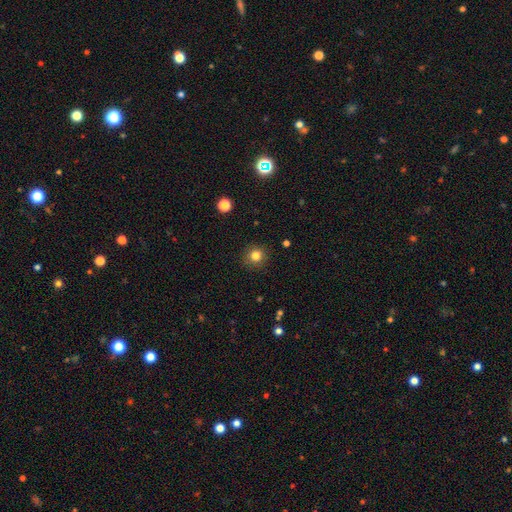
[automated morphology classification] Smooth or featured: smooth — 82% (star or artifact — 13%)
How rounded: round — 92% (in between — 7%)
Merging: none — 90% (minor disturbance — 7%)